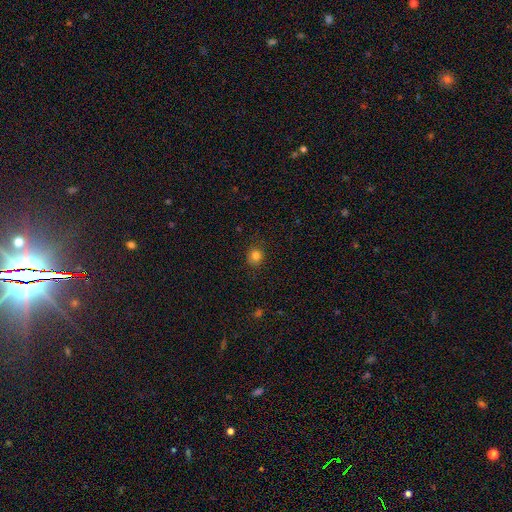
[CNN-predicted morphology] Q: Smooth or featured?
A: smooth (81%); runner-up: star or artifact (13%)
Q: How rounded?
A: round (84%); runner-up: in between (15%)
Q: Merging?
A: none (87%); runner-up: minor disturbance (10%)